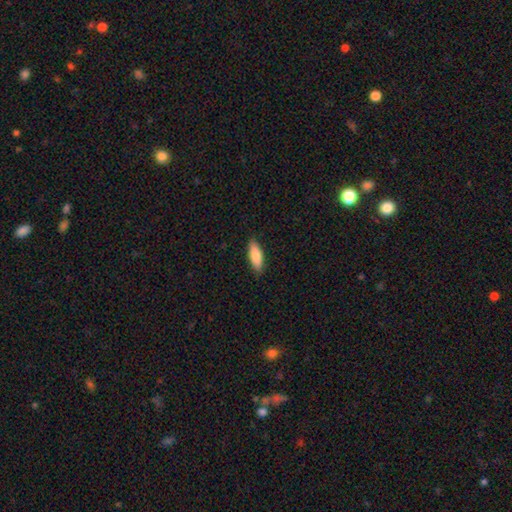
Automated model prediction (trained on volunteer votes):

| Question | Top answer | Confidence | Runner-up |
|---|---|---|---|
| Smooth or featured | smooth | 84% | featured or disk (11%) |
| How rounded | in between | 60% | cigar-shaped (38%) |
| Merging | none | 88% | minor disturbance (9%) |